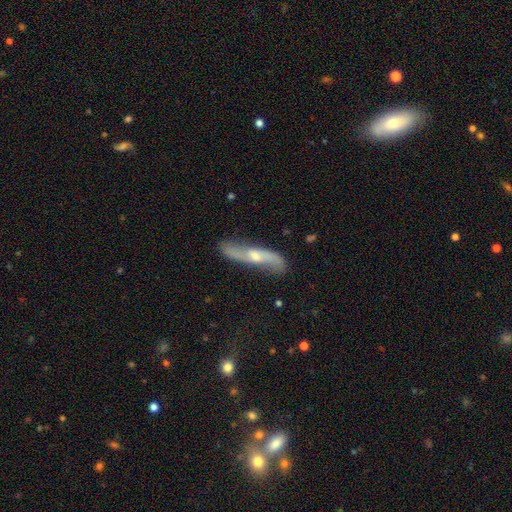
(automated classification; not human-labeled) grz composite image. It shows a featured or disk galaxy (72%). Merging: none (73%).